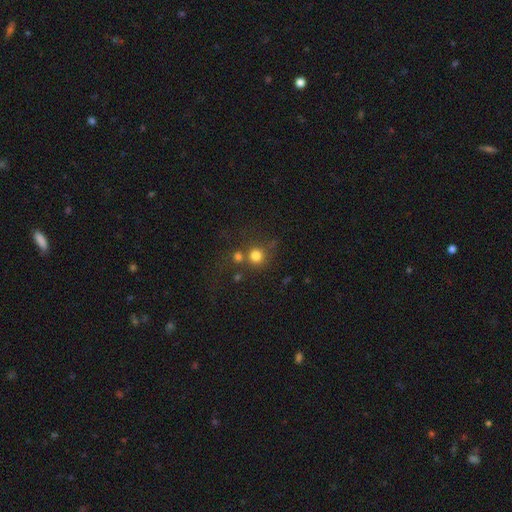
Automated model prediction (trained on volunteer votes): The model was most divided on "merging": none: 58%, merger: 28%, minor disturbance: 9%, major disturbance: 5%. More confident: how rounded — round (92%); smooth or featured — smooth (76%).